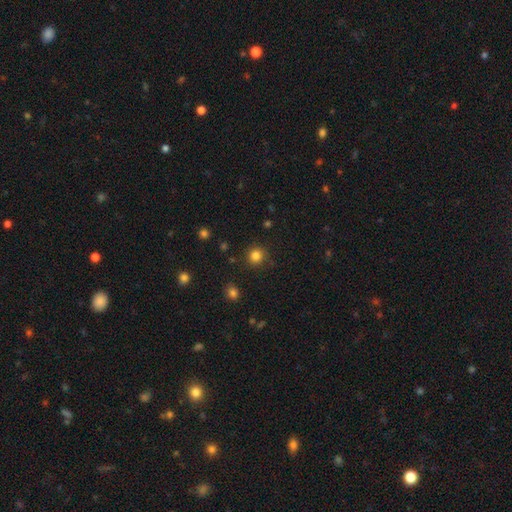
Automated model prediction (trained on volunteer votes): Smooth or featured? Predicted: smooth (p=0.83). How rounded? Predicted: round (p=0.93). Merging? Predicted: none (p=0.88).